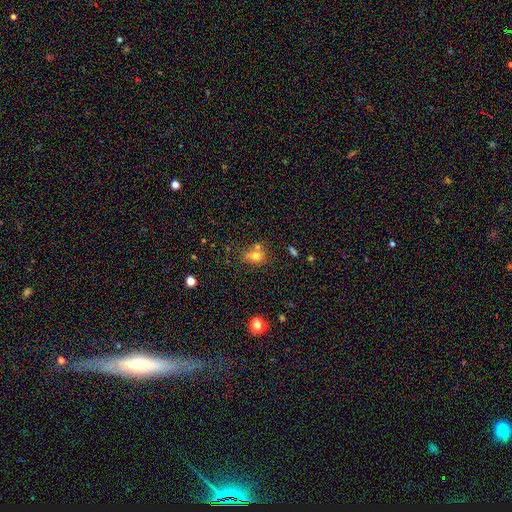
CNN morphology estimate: Overall: smooth (71%). How rounded: round (58%; in between 40%). Merging: none (45%; merger 34%).